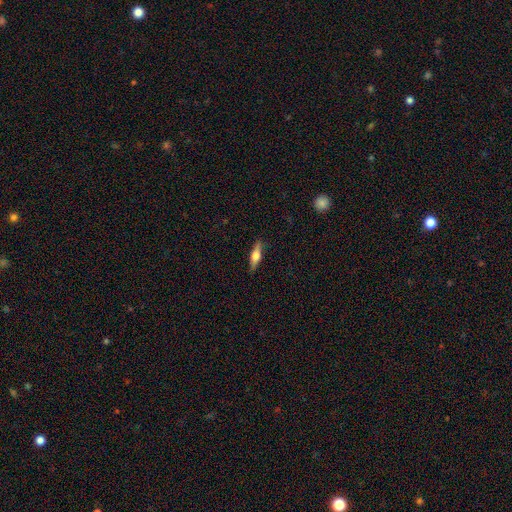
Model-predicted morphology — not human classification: This is possibly a featured or disk galaxy (49%). Merging: clearly none (87%).